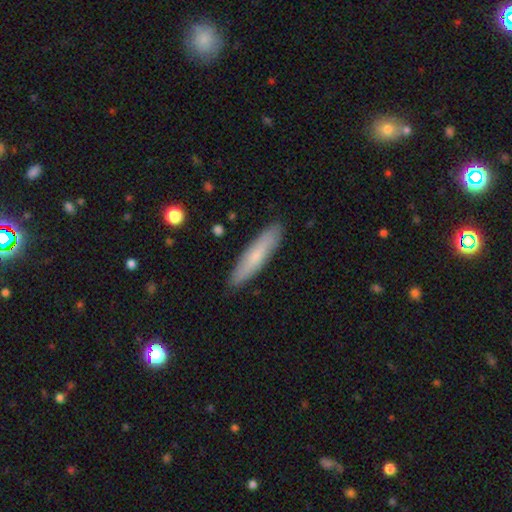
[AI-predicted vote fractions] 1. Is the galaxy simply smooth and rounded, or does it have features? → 70% smooth, 24% featured or disk, 6% star or artifact.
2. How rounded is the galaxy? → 85% cigar-shaped, 13% in between, 1% round.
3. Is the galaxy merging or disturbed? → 90% none, 8% minor disturbance, 1% major disturbance, 1% merger.